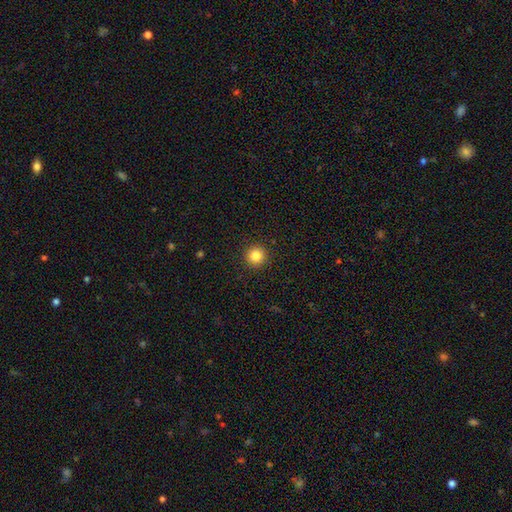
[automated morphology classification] Smooth or featured? smooth (83%)
How rounded? round (96%)
Merging? none (92%)